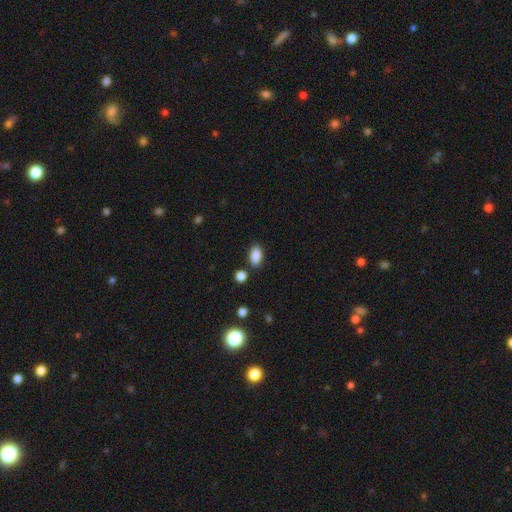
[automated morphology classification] Overall: smooth (87%). How rounded: in between (90%). Merging: none (80%).